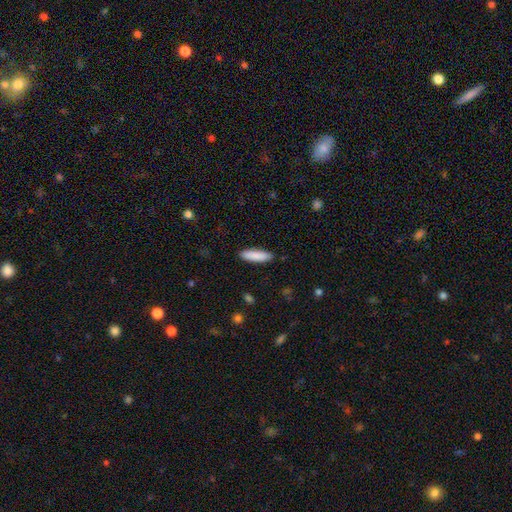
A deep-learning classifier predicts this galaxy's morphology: smooth_or_featured: smooth (p=0.88) [alt: featured or disk p=0.06]
how_rounded: cigar-shaped (p=0.68) [alt: in between p=0.30]
merging: none (p=0.90) [alt: minor disturbance p=0.07]